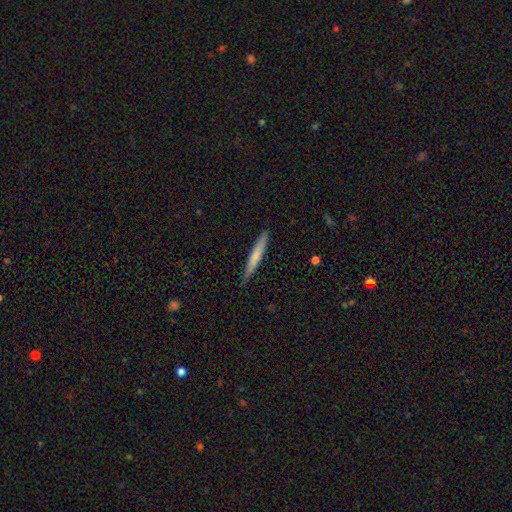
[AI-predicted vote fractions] The model was most divided on "smooth or featured": smooth: 64%, featured or disk: 30%, star or artifact: 5%. More confident: how rounded — cigar-shaped (96%); merging — none (87%).